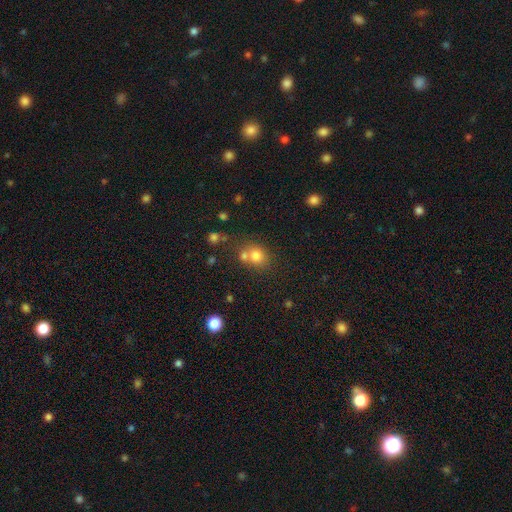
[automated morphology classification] This appears to be a smooth galaxy with no disk features (75%) that is round (70%). Merging: none (49%).